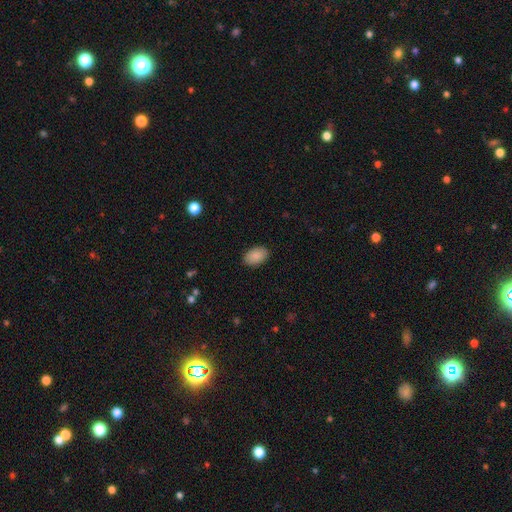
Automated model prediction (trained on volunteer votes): A smooth galaxy with no disk features (89%) that is in between round and cigar-shaped (90%).

Vote fractions:
- Smooth or featured? smooth: 89% / star or artifact: 7% / featured or disk: 4%
- How rounded? in between: 90% / round: 9% / cigar-shaped: 1%
- Merging? none: 88% / minor disturbance: 8% / major disturbance: 2% / merger: 1%